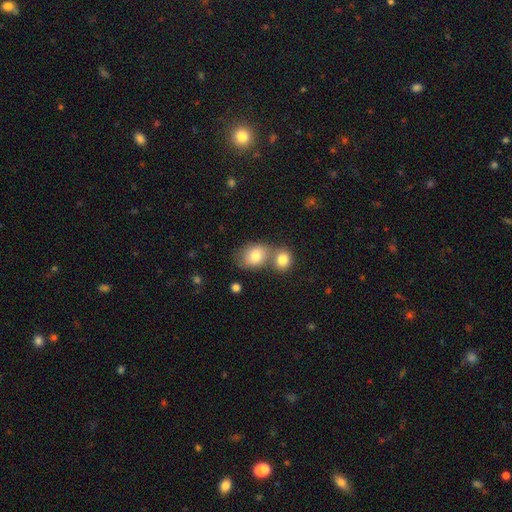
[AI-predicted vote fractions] A smooth galaxy with no disk features (78%) that is in between round and cigar-shaped (55%). Merging: merger (50%).